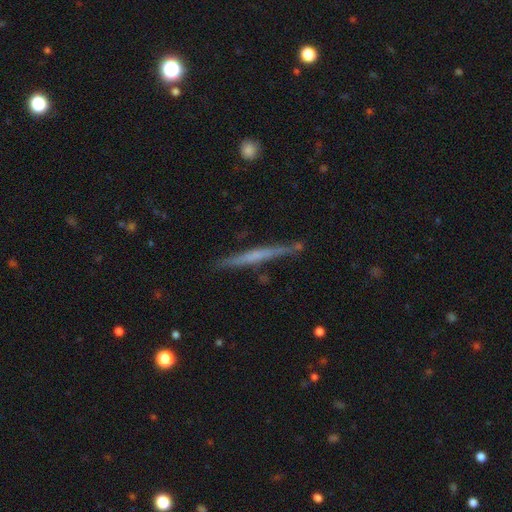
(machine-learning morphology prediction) Smooth or featured? featured or disk (59%)
Edge-on disk? yes (97%)
Edge-on bulge? none (68%)
Merging? none (86%)